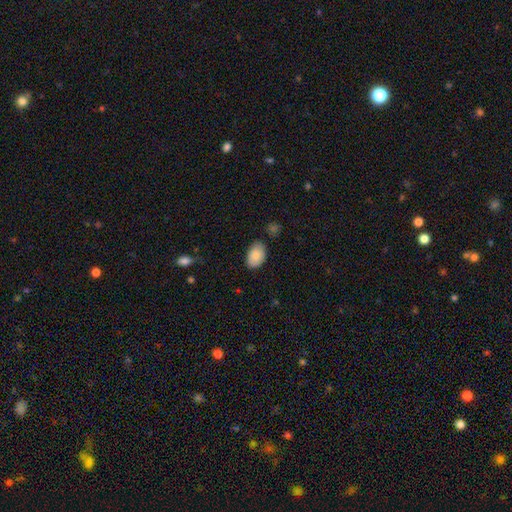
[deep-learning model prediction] The model was most divided on "merging": none: 77%, minor disturbance: 18%, major disturbance: 3%, merger: 2%. More confident: how rounded — in between (91%); smooth or featured — smooth (85%).